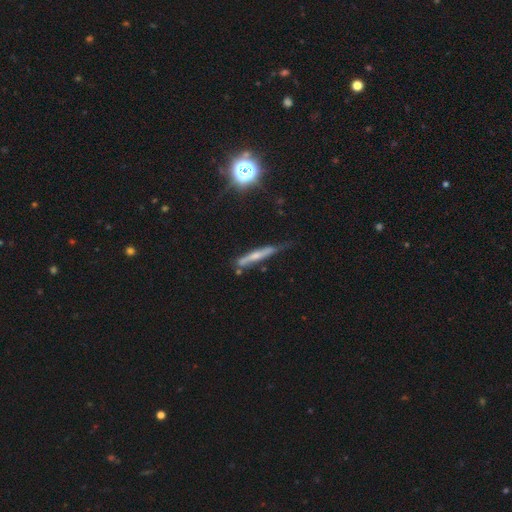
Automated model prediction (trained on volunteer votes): Smooth or featured? featured or disk (51%)
Edge-on disk? yes (88%)
Merging? none (58%)